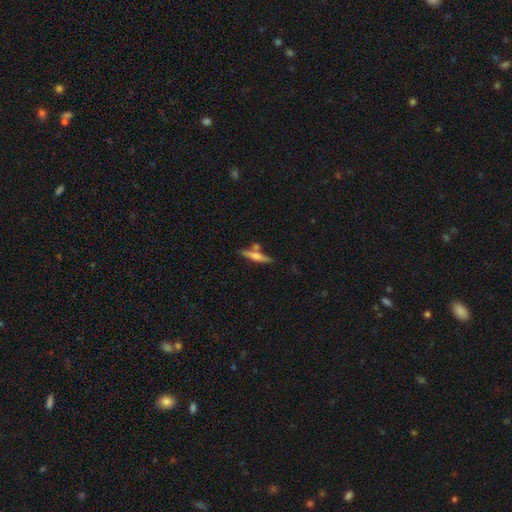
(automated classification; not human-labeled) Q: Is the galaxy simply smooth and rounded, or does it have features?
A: smooth — 53%.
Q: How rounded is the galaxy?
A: cigar-shaped — 86%.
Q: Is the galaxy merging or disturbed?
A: none — 69%.